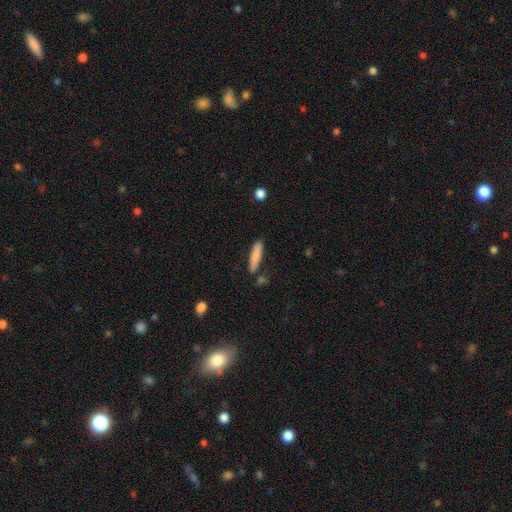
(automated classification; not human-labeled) A smooth galaxy with no disk features (82%) that is cigar-shaped (84%).

Vote fractions:
- Smooth or featured? smooth: 82% / featured or disk: 12% / star or artifact: 6%
- How rounded? cigar-shaped: 84% / in between: 14% / round: 1%
- Merging? none: 82% / minor disturbance: 11% / merger: 4% / major disturbance: 2%